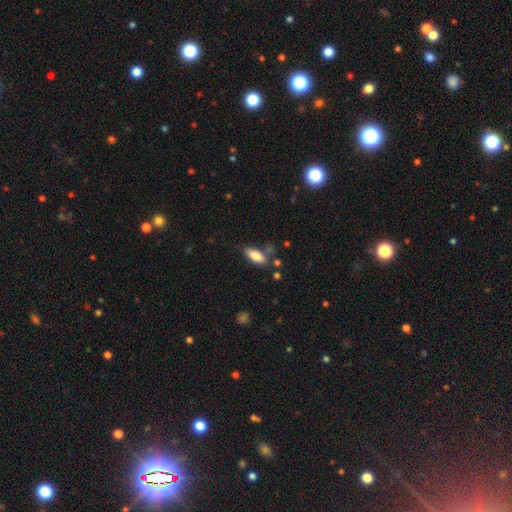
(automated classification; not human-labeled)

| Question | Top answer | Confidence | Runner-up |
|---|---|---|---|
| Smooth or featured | smooth | 83% | featured or disk (10%) |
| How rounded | in between | 76% | cigar-shaped (22%) |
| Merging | none | 74% | minor disturbance (16%) |